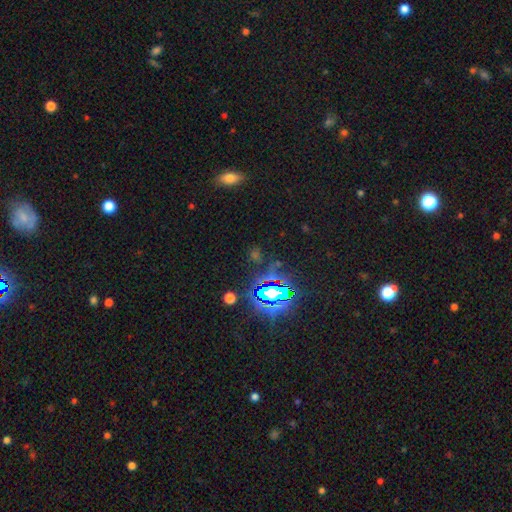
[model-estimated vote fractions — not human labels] This is likely a star or artifact rather than a galaxy (70%).